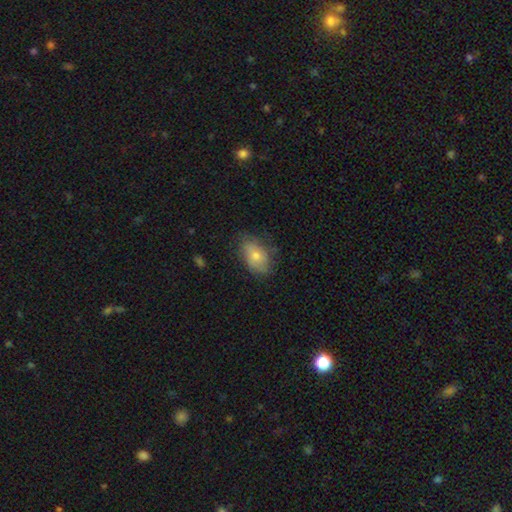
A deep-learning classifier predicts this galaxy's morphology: Smooth or featured? smooth (73%)
How rounded? in between (85%)
Merging? none (64%)